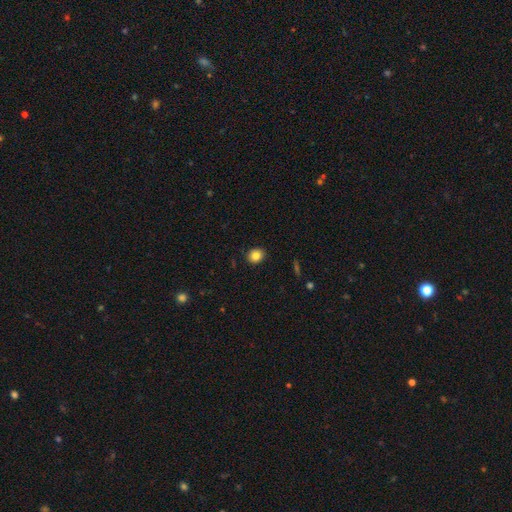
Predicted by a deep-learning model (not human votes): smooth-or-featured: smooth: 83% | star or artifact: 10% | featured or disk: 7%
  how-rounded: round: 78% | in between: 21% | cigar-shaped: 1%
  merging: none: 89% | minor disturbance: 8% | major disturbance: 2% | merger: 1%